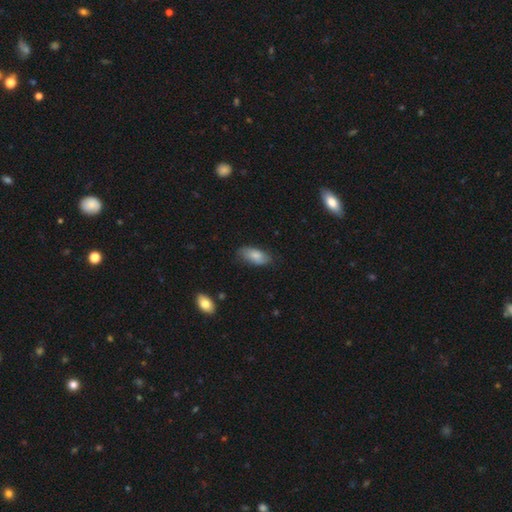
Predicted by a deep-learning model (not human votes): Q: Smooth or featured?
A: smooth (81%); runner-up: featured or disk (12%)
Q: How rounded?
A: in between (90%); runner-up: cigar-shaped (7%)
Q: Merging?
A: none (72%); runner-up: minor disturbance (22%)